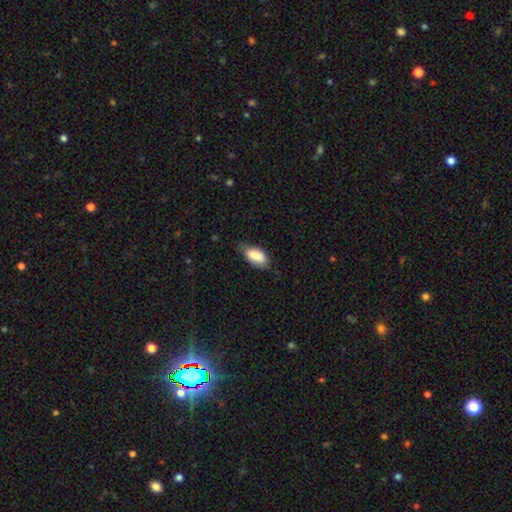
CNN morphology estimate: Q: Smooth or featured?
A: smooth (86%); runner-up: featured or disk (7%)
Q: How rounded?
A: in between (92%); runner-up: cigar-shaped (5%)
Q: Merging?
A: none (57%); runner-up: minor disturbance (34%)